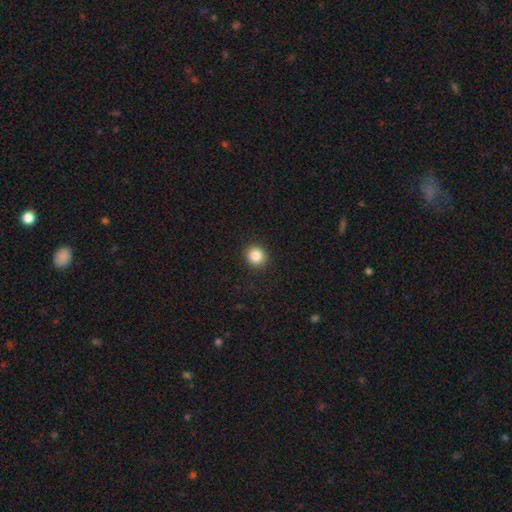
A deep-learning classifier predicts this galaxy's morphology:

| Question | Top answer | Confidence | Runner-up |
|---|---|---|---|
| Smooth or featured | smooth | 86% | star or artifact (10%) |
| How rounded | round | 90% | in between (9%) |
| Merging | none | 92% | minor disturbance (5%) |